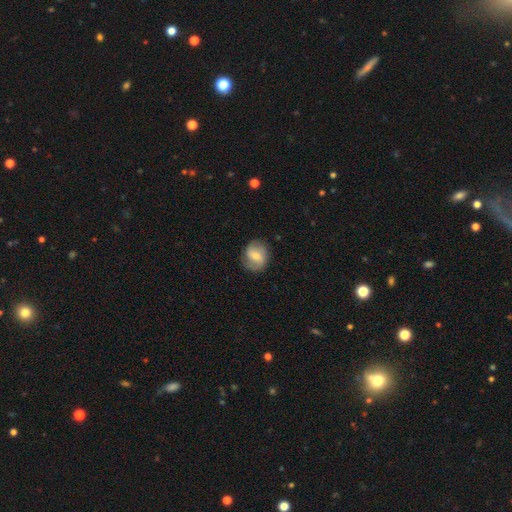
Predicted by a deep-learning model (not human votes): This is possibly a featured or disk galaxy (52%). It is clearly not viewed edge-on (96%). Bar: possibly weak (47%). Spiral arm pattern: likely yes (79%). Central bulge: possibly small (47%). Merging: likely none (78%).